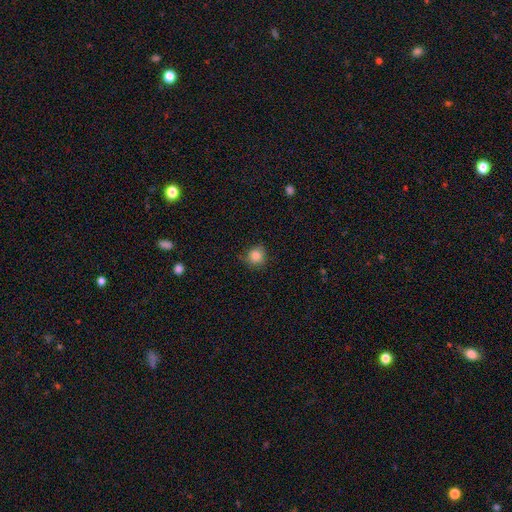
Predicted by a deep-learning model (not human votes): A smooth galaxy with no disk features (84%) that is round (89%).

Vote fractions:
- Smooth or featured? smooth: 84% / star or artifact: 11% / featured or disk: 5%
- How rounded? round: 89% / in between: 10% / cigar-shaped: 1%
- Merging? none: 78% / minor disturbance: 17% / major disturbance: 3% / merger: 1%